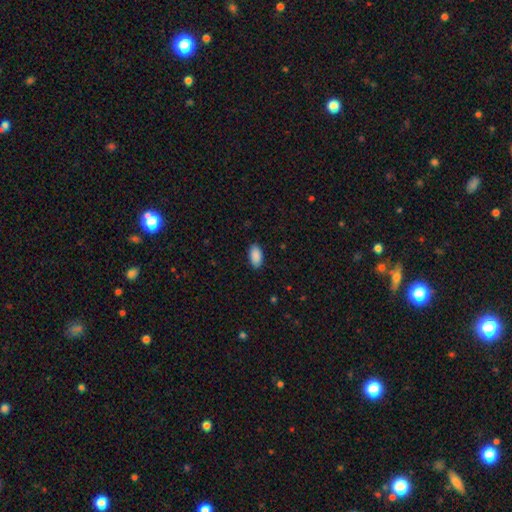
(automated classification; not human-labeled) Morphology: type=smooth (91%); roundness=in between (95%); merging=none (87%).